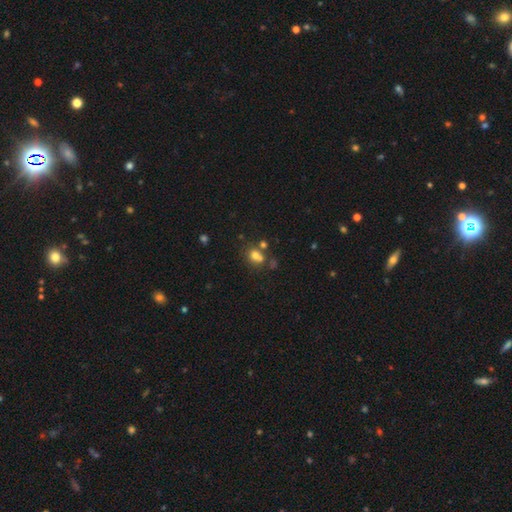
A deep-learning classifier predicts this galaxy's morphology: A smooth galaxy with no disk features (72%) that is round (61%).

Vote fractions:
- Smooth or featured? smooth: 72% / star or artifact: 16% / featured or disk: 13%
- How rounded? round: 61% / in between: 38% / cigar-shaped: 1%
- Merging? none: 48% / merger: 34% / minor disturbance: 12% / major disturbance: 6%